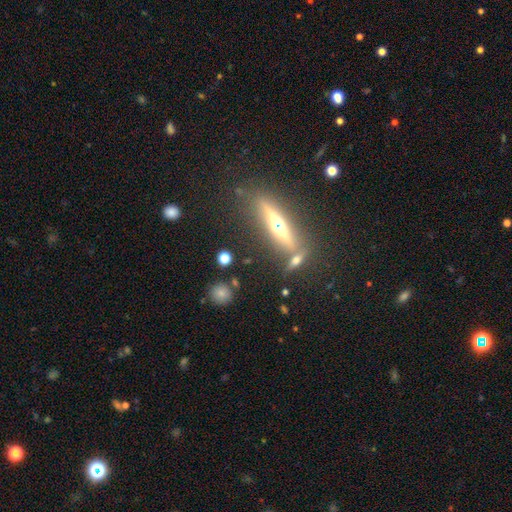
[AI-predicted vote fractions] Smooth or featured: featured or disk — 62% (smooth — 27%)
Edge-on disk: yes — 88% (no — 12%)
Edge-on bulge: rounded — 84% (none — 10%)
Merging: none — 72% (minor disturbance — 15%)